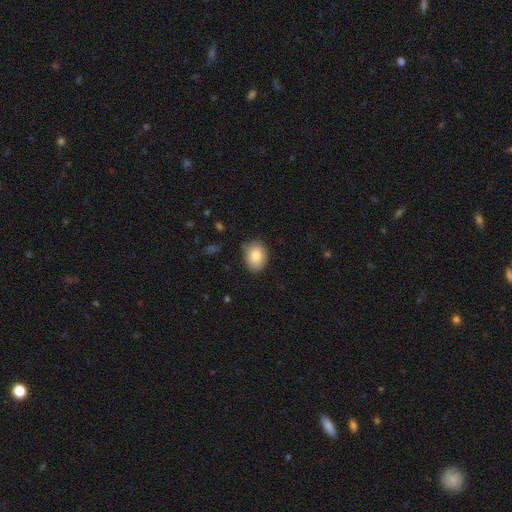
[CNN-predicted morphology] Smooth or featured? Predicted: smooth (p=0.82). How rounded? Predicted: in between (p=0.62). Merging? Predicted: none (p=0.80).